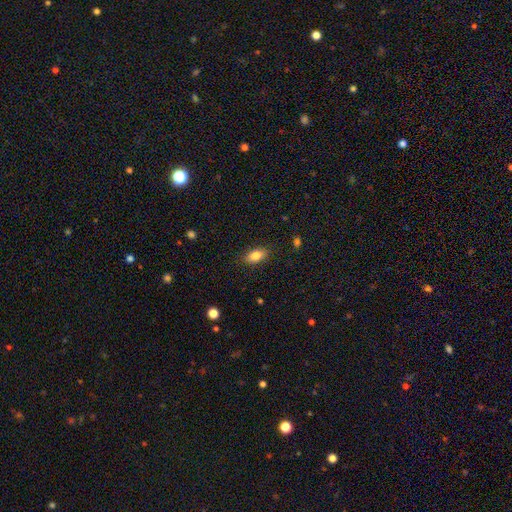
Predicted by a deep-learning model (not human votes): Q: Smooth or featured?
A: smooth (83%); runner-up: featured or disk (9%)
Q: How rounded?
A: in between (89%); runner-up: cigar-shaped (6%)
Q: Merging?
A: none (87%); runner-up: minor disturbance (10%)